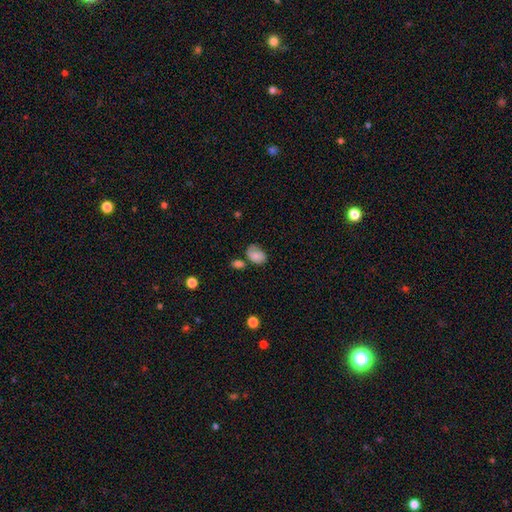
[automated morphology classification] smooth-or-featured: smooth: 77% | featured or disk: 14% | star or artifact: 9%
  how-rounded: in between: 79% | round: 20% | cigar-shaped: 1%
  merging: none: 45% | minor disturbance: 29% | merger: 14% | major disturbance: 11%